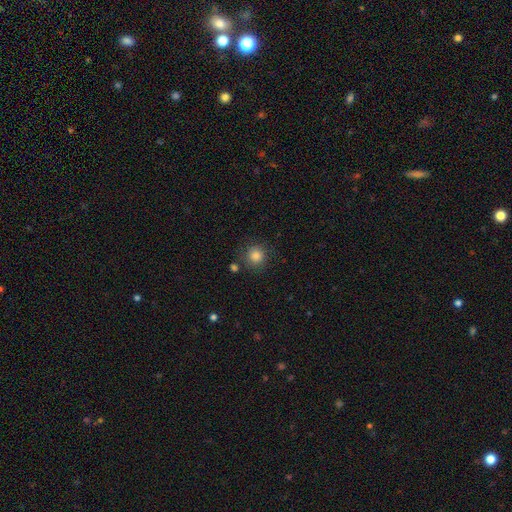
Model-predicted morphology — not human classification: type=smooth (83%); roundness=round (92%); merging=none (82%).